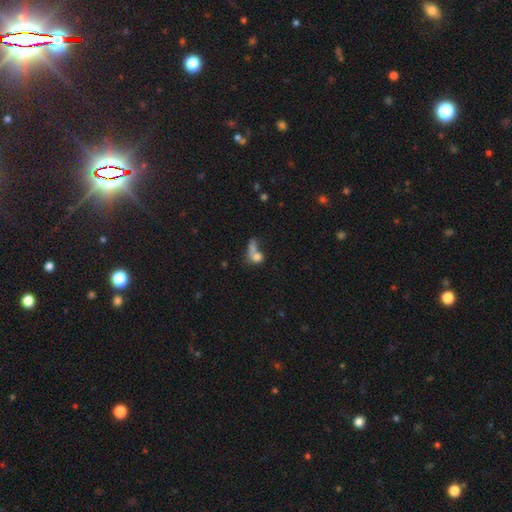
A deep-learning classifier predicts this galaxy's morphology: Smooth or featured: smooth — 70% (featured or disk — 17%)
How rounded: round — 53% (in between — 42%)
Merging: merger — 51% (none — 23%)